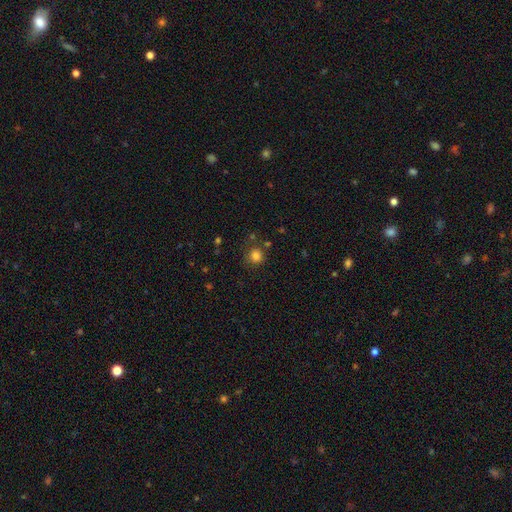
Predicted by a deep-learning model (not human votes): This is clearly a smooth galaxy (82%). How rounded: clearly round (89%). Merging: likely none (77%).